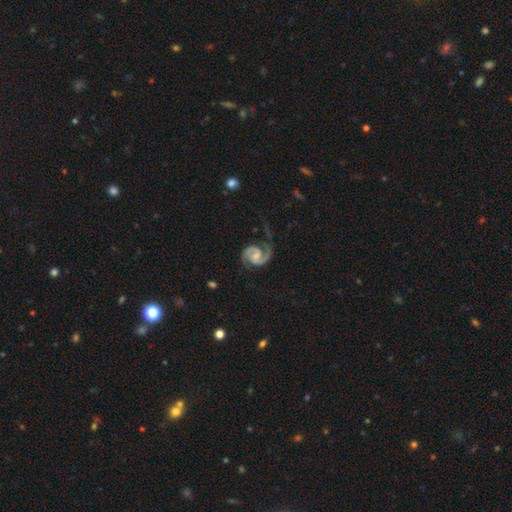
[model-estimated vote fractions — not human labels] featured or disk 92%, smooth 4%, star or artifact 4%. Down the decision tree: edge-on disk — no (98%); bar — no (47%); spiral arms — yes (98%); spiral arm count — 2 (91%); spiral winding — medium (54%); bulge size — small (44%); merging — none (66%).